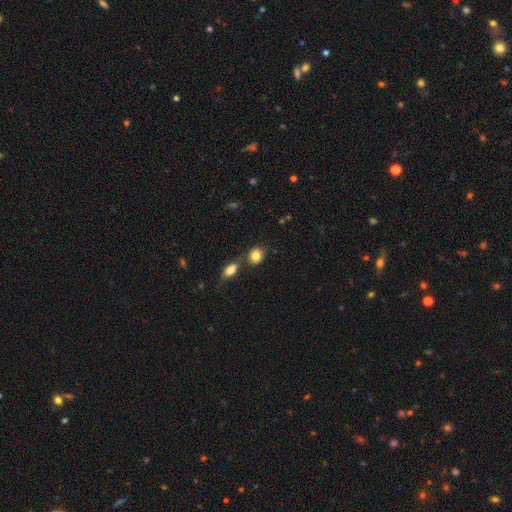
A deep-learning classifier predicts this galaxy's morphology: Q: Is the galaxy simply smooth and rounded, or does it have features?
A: smooth — 83%.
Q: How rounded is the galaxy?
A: round — 62%.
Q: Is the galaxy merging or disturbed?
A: none — 64%.